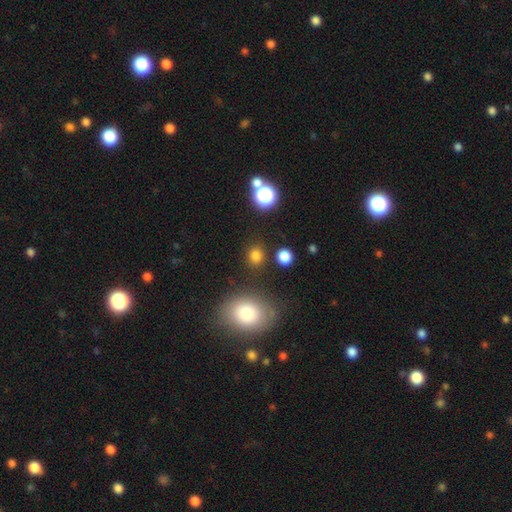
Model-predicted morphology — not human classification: Smooth or featured: smooth — 79% (star or artifact — 16%)
How rounded: round — 78% (in between — 21%)
Merging: none — 83% (minor disturbance — 9%)